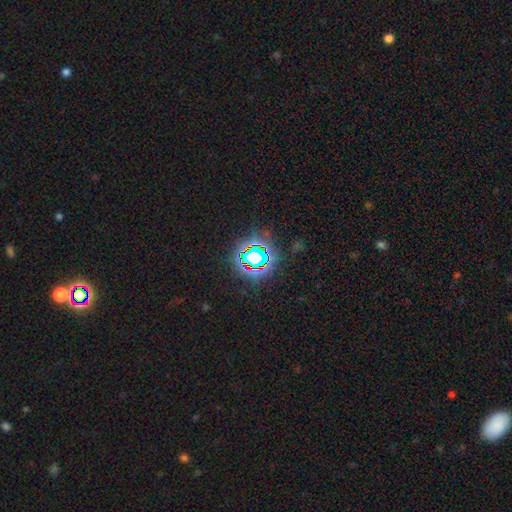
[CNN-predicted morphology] Q: Smooth or featured?
A: star or artifact (76%); runner-up: smooth (15%)